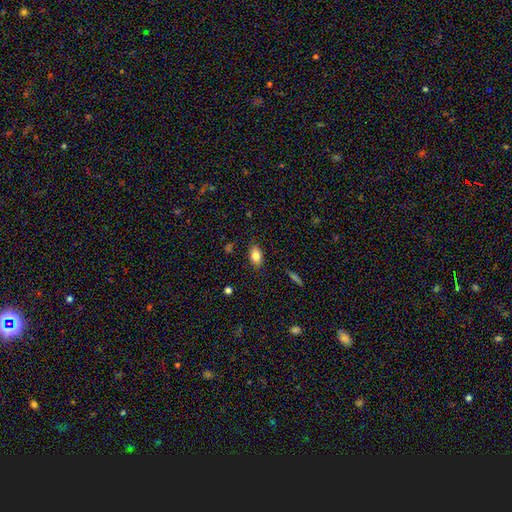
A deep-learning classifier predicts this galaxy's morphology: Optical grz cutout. It shows a smooth galaxy with no disk features (83%) that is in between round and cigar-shaped (88%). Merging: none (84%).